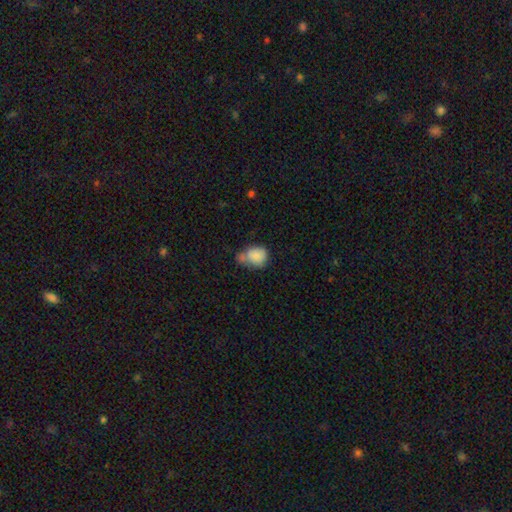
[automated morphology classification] Overall: smooth (83%). How rounded: round (55%; in between 43%). Merging: none (35%; minor disturbance 28%).